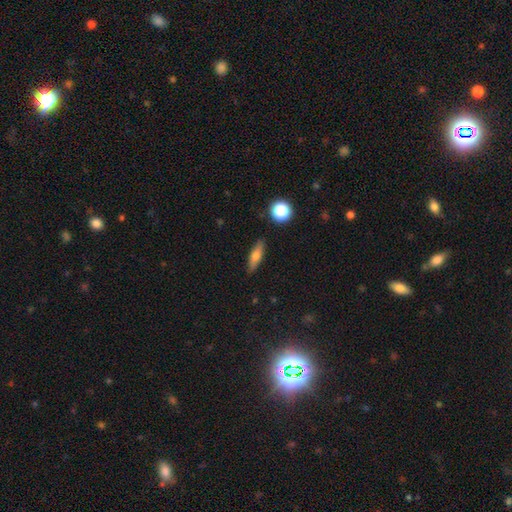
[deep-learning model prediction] This is likely a smooth galaxy (63%). How rounded: possibly cigar-shaped (57%). Merging: clearly none (87%).